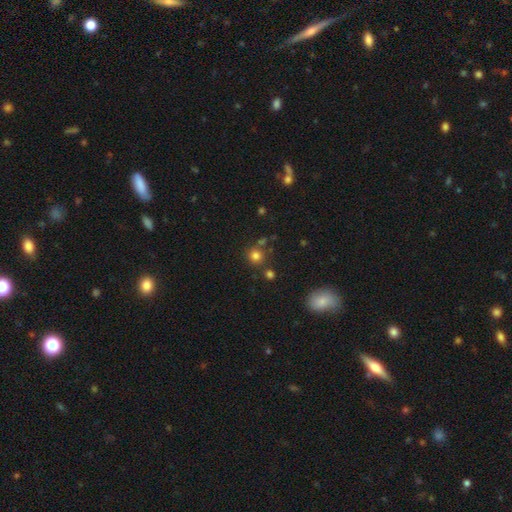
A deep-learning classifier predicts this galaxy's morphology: Smooth or featured? Predicted: smooth (p=0.78). How rounded? Predicted: round (p=0.92). Merging? Predicted: none (p=0.77).